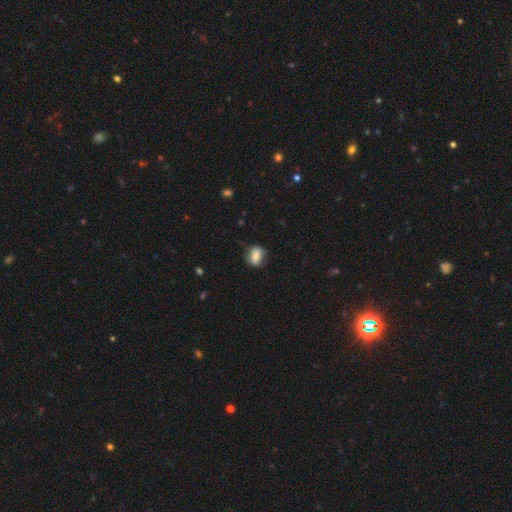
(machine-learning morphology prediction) smooth 75%, featured or disk 17%, star or artifact 8%. Down the decision tree: how rounded — in between (67%); merging — none (71%).